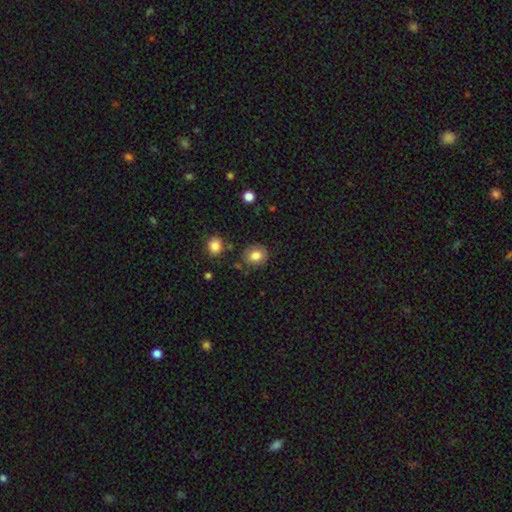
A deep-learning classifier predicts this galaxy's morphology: Q: Smooth or featured?
A: smooth (81%); runner-up: featured or disk (10%)
Q: How rounded?
A: round (69%); runner-up: in between (30%)
Q: Merging?
A: none (79%); runner-up: minor disturbance (14%)